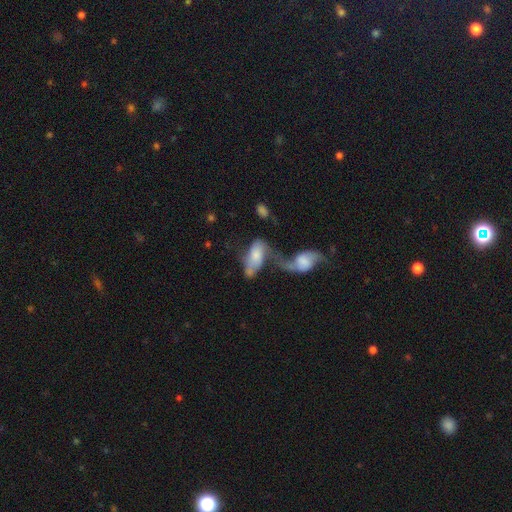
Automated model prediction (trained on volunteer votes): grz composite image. It shows a smooth galaxy with no disk features (53%) that is in between round and cigar-shaped (89%). Merging: merger (70%).